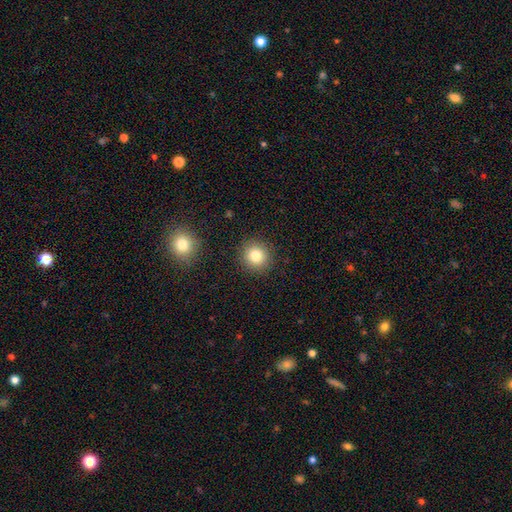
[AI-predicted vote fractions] This appears to be a smooth galaxy with no disk features (82%) that is round (91%). Merging: none (90%).